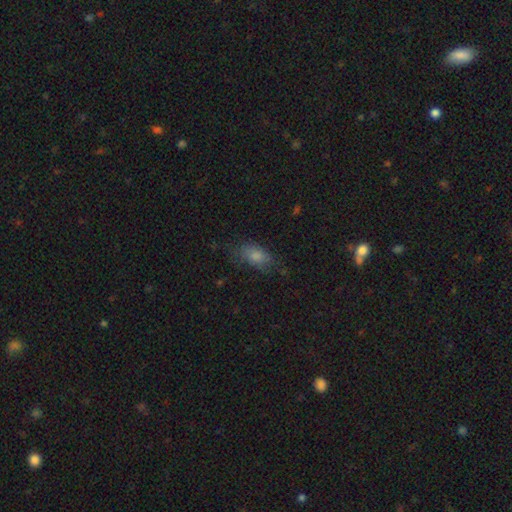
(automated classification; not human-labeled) Smooth or featured: smooth — 80% (featured or disk — 10%)
How rounded: in between — 89% (round — 7%)
Merging: none — 62% (minor disturbance — 25%)